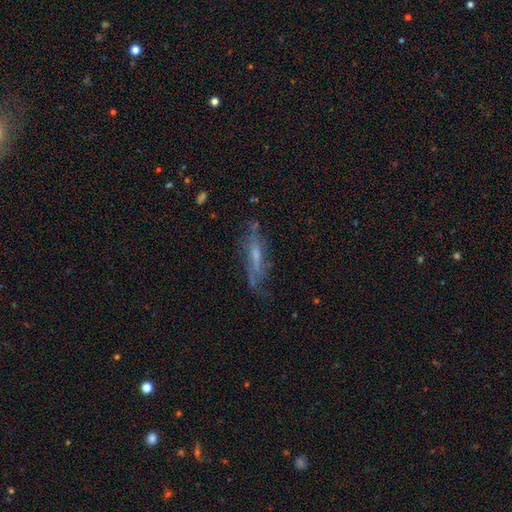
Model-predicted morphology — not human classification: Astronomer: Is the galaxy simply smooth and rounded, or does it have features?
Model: featured or disk — 61%.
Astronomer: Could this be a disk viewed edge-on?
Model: no — 52% (runner-up: yes, 48%).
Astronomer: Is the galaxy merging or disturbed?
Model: none — 57%.